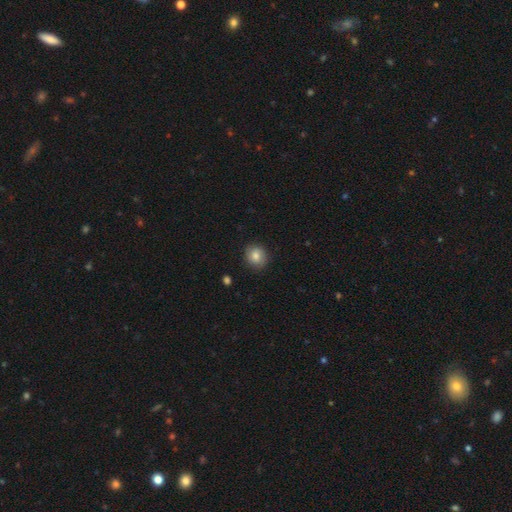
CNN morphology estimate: Overall: smooth (81%). How rounded: round (80%). Merging: none (86%).